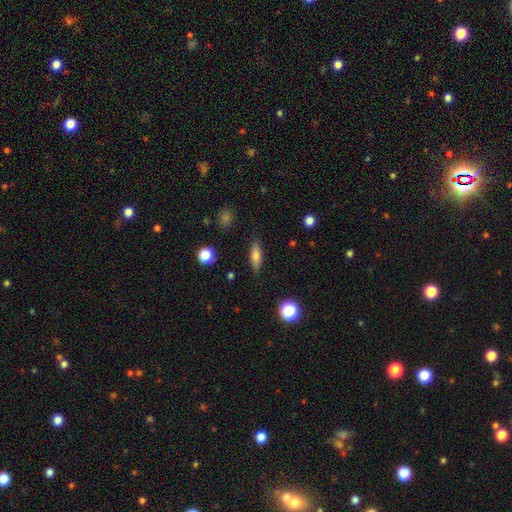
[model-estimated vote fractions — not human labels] Smooth or featured: smooth — 74% (featured or disk — 18%)
How rounded: in between — 55% (cigar-shaped — 41%)
Merging: none — 86% (minor disturbance — 10%)